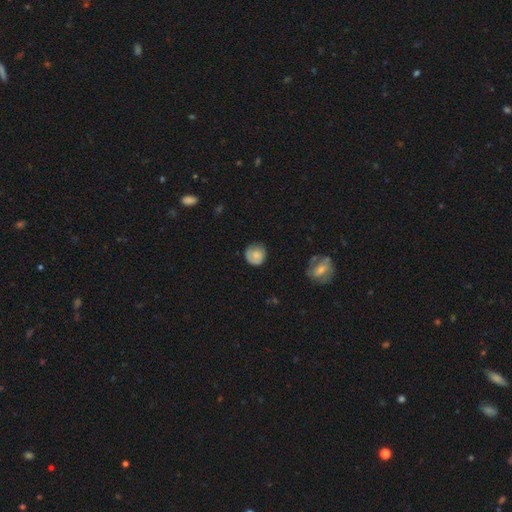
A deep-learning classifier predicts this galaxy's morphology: Q: Smooth or featured?
A: smooth (75%); runner-up: featured or disk (17%)
Q: How rounded?
A: round (88%); runner-up: in between (11%)
Q: Merging?
A: none (68%); runner-up: minor disturbance (24%)